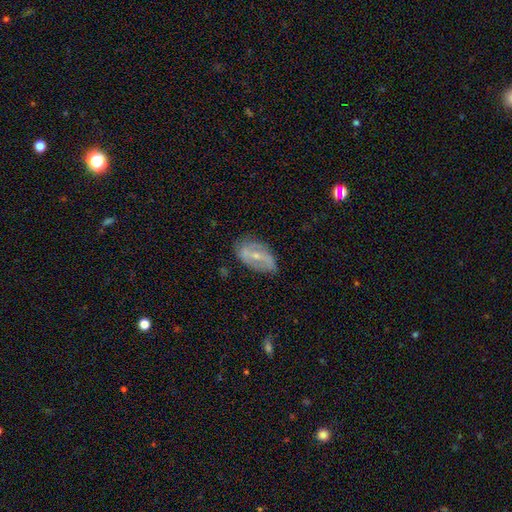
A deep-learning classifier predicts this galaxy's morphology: type=featured or disk (67%); edge-on=no (92%); bar=weak (39%); spiral arms=yes (67%); bulge=small (60%); merging=none (66%).